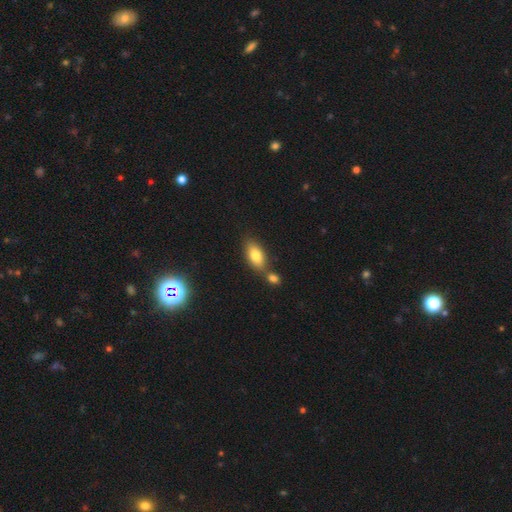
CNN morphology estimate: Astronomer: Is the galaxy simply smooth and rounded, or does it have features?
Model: smooth — 79%.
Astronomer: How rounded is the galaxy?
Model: in between — 88%.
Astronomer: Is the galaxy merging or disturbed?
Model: none — 54% (runner-up: merger, 30%).